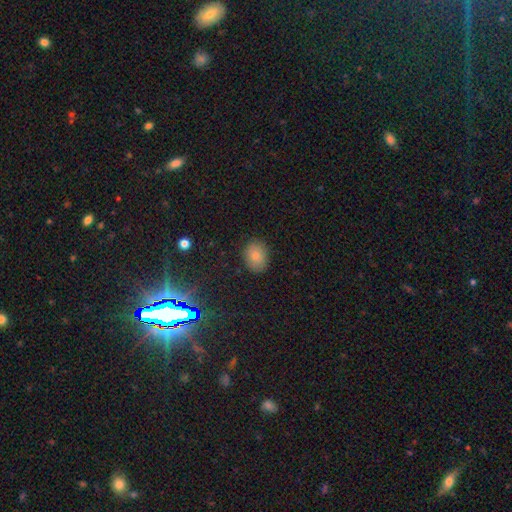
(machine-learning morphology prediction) The model was most divided on "how rounded": in between: 60%, round: 39%, cigar-shaped: 1%. More confident: merging — none (86%); smooth or featured — smooth (80%).